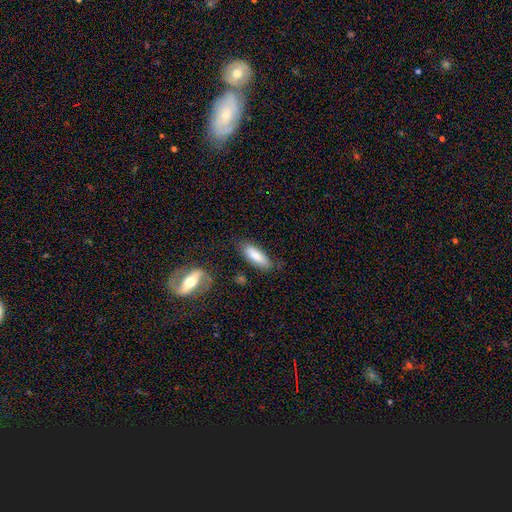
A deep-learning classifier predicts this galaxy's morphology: The model was most divided on "how rounded": in between: 56%, cigar-shaped: 43%, round: 2%. More confident: smooth or featured — smooth (78%); merging — none (76%).